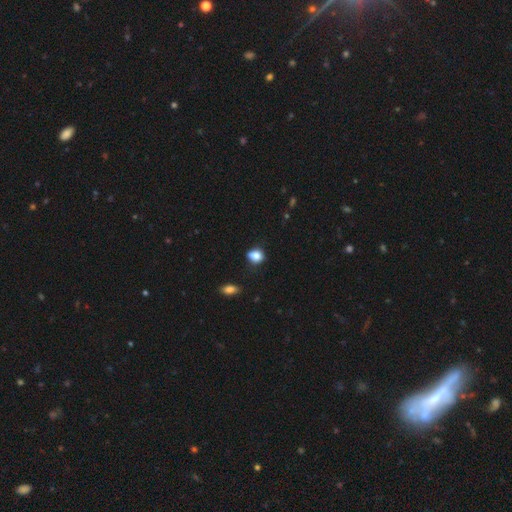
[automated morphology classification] smooth-or-featured: smooth: 82% | star or artifact: 11% | featured or disk: 7%
  how-rounded: round: 54% | in between: 44% | cigar-shaped: 2%
  merging: none: 62% | minor disturbance: 27% | major disturbance: 7% | merger: 4%